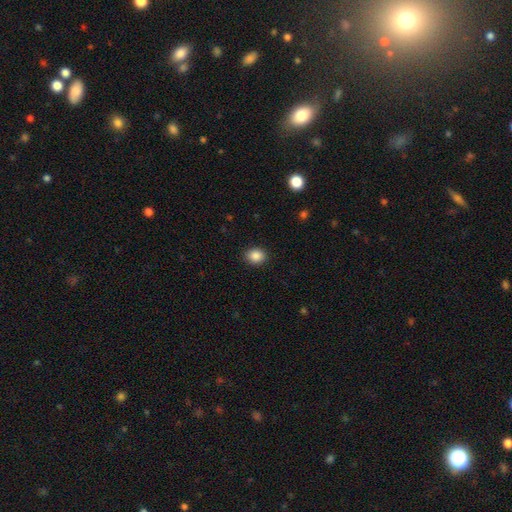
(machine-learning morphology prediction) smooth_or_featured: smooth (p=0.87) [alt: star or artifact p=0.09]
how_rounded: round (p=0.61) [alt: in between p=0.38]
merging: none (p=0.90) [alt: minor disturbance p=0.07]